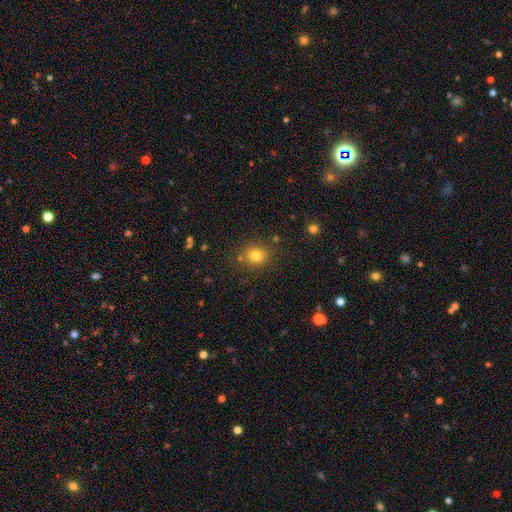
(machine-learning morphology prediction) smooth_or_featured: smooth (p=0.78) [alt: star or artifact p=0.14]
how_rounded: round (p=0.75) [alt: in between p=0.24]
merging: none (p=0.79) [alt: minor disturbance p=0.11]